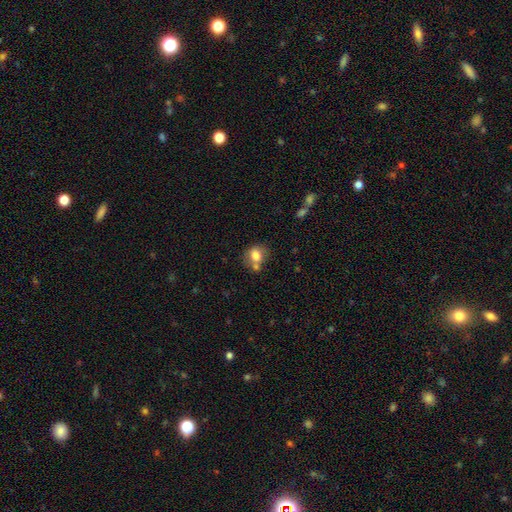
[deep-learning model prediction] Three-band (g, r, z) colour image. It shows a smooth galaxy with no disk features (77%) that is round (58%). Merging: none (50%).